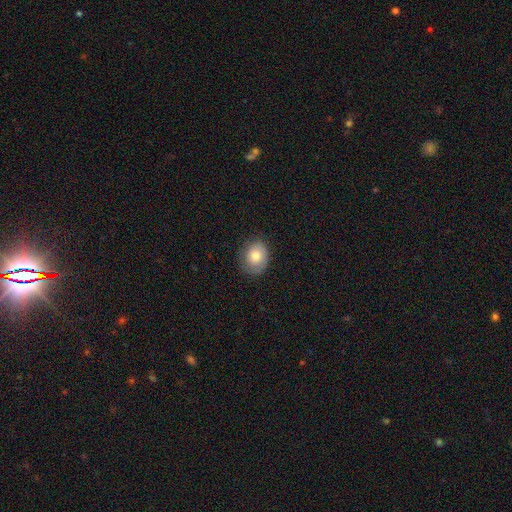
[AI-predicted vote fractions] Q: Smooth or featured?
A: smooth (77%); runner-up: featured or disk (15%)
Q: How rounded?
A: round (55%); runner-up: in between (44%)
Q: Merging?
A: none (80%); runner-up: minor disturbance (15%)